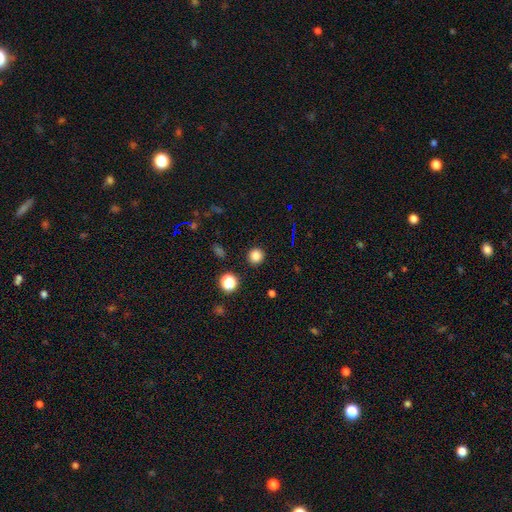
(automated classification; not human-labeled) A smooth galaxy with no disk features (82%) that is round (94%).

Vote fractions:
- Smooth or featured? smooth: 82% / star or artifact: 14% / featured or disk: 4%
- How rounded? round: 94% / in between: 5% / cigar-shaped: 1%
- Merging? none: 91% / minor disturbance: 5% / major disturbance: 2% / merger: 2%